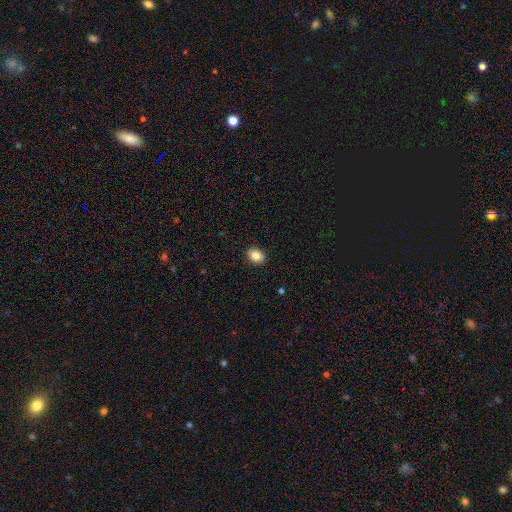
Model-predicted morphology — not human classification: smooth 86%, star or artifact 9%, featured or disk 5%. Down the decision tree: how rounded — in between (74%); merging — none (90%).